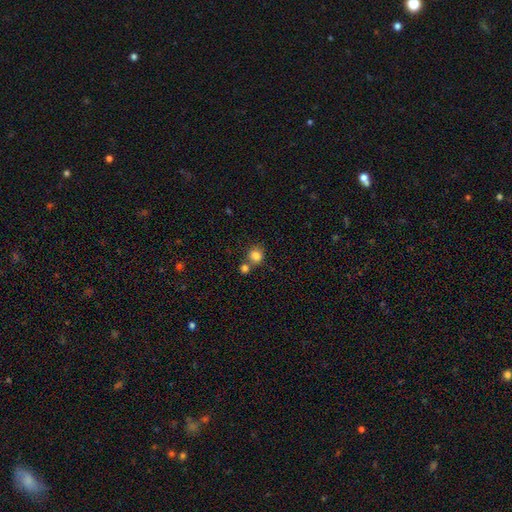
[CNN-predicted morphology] smooth-or-featured: smooth: 82% | star or artifact: 11% | featured or disk: 6%
  how-rounded: round: 84% | in between: 15% | cigar-shaped: 1%
  merging: none: 60% | merger: 28% | minor disturbance: 9% | major disturbance: 3%